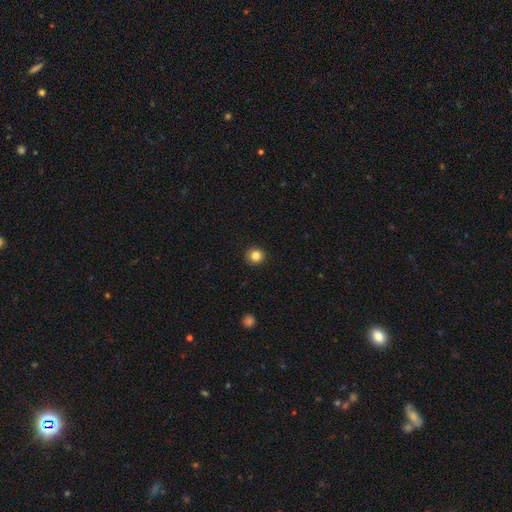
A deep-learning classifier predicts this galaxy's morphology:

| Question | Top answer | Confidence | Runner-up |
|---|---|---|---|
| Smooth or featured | smooth | 83% | star or artifact (12%) |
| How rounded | round | 95% | in between (4%) |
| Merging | none | 93% | minor disturbance (5%) |